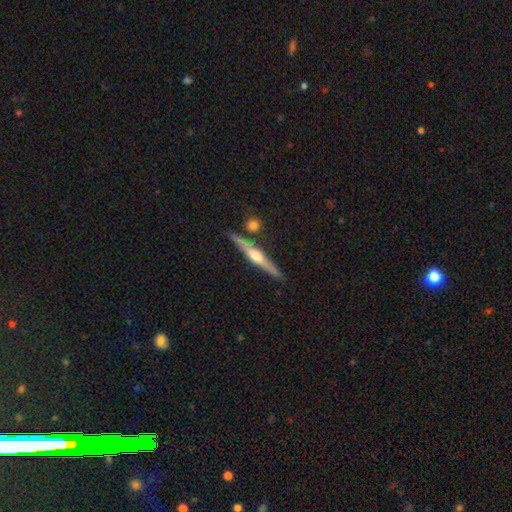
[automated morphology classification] featured or disk 69%, smooth 26%, star or artifact 6%. Down the decision tree: edge-on disk — yes (97%); edge-on bulge — rounded (89%); merging — none (83%).